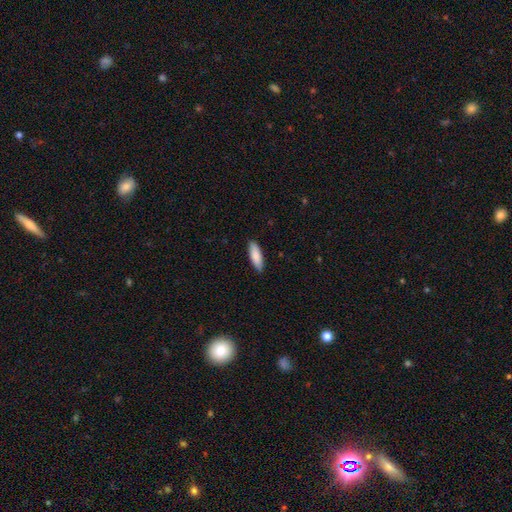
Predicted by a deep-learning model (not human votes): The model was most divided on "how rounded": in between: 54%, cigar-shaped: 44%, round: 2%. More confident: merging — none (88%); smooth or featured — smooth (86%).